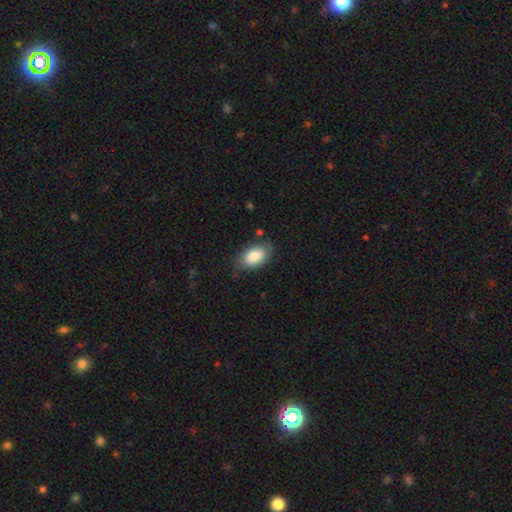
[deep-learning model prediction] smooth 84%, featured or disk 10%, star or artifact 6%. Down the decision tree: how rounded — in between (93%); merging — none (73%).